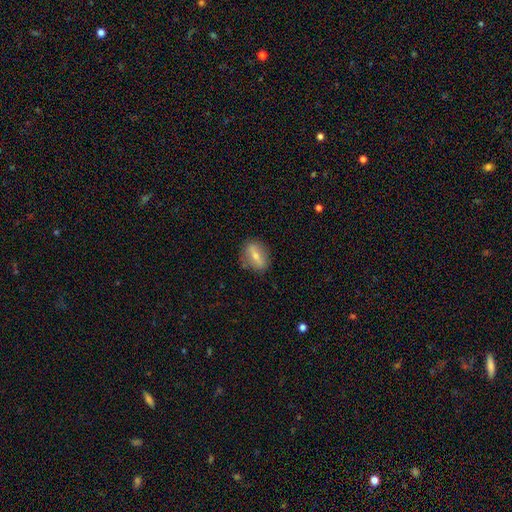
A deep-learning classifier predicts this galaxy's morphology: This is possibly a smooth galaxy (51%). How rounded: likely in between (68%). Merging: clearly none (82%).